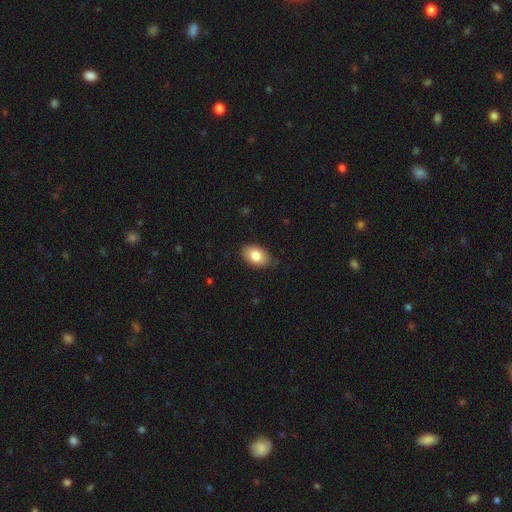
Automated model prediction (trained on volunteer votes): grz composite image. It shows a smooth galaxy with no disk features (82%) that is in between round and cigar-shaped (88%). Merging: none (81%).